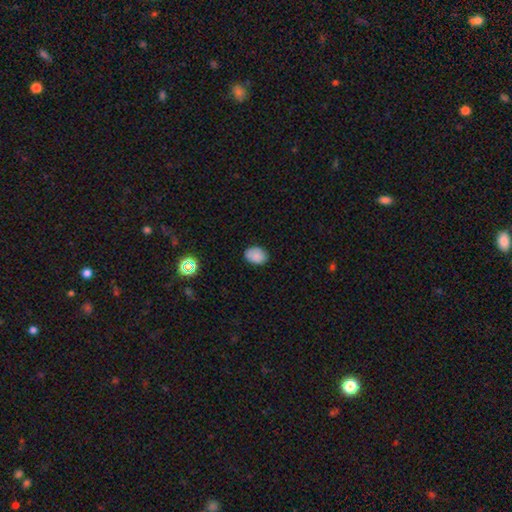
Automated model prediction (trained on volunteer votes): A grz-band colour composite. It shows a smooth galaxy with no disk features (84%) that is in between round and cigar-shaped (73%). Merging: none (83%).